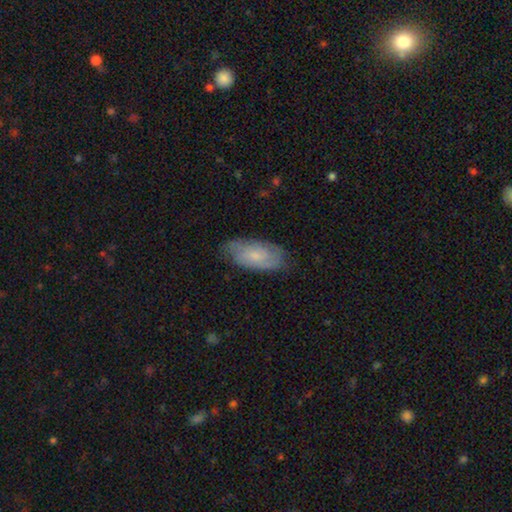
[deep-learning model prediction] Morphology: type=smooth (49%); merging=none (73%).